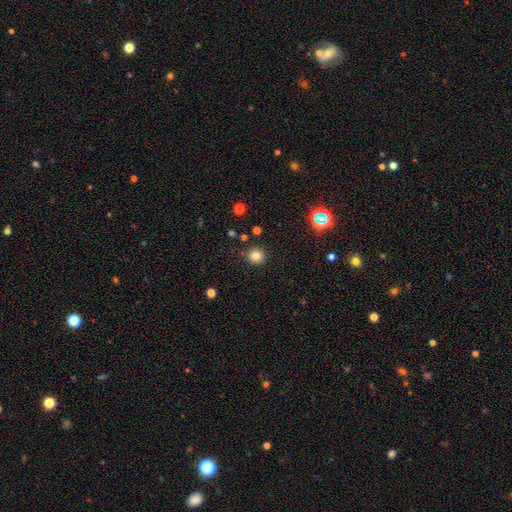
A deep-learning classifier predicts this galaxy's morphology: The model was most divided on "smooth or featured": smooth: 79%, star or artifact: 14%, featured or disk: 7%. More confident: how rounded — round (92%); merging — none (89%).